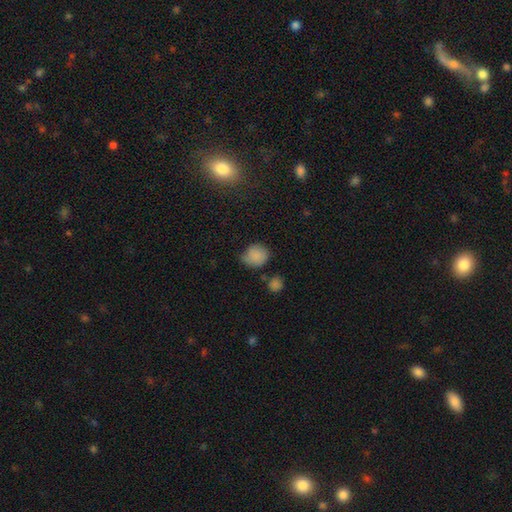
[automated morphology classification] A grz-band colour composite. It shows a smooth galaxy with no disk features (83%) that is round (74%). Merging: none (54%).